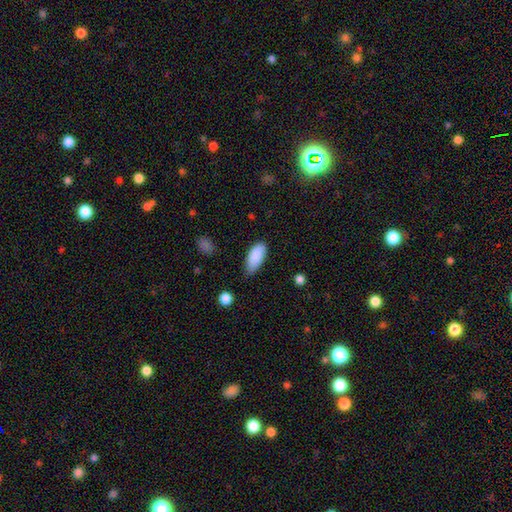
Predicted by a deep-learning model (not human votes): This is clearly a smooth galaxy (89%). How rounded: clearly in between (89%). Merging: likely none (67%).